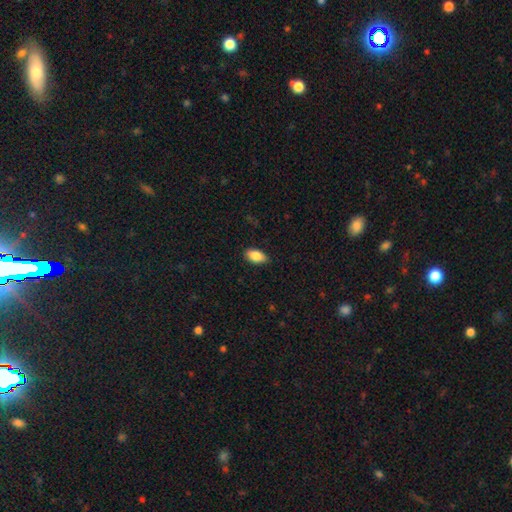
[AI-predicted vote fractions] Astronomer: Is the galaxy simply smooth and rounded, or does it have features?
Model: smooth — 86%.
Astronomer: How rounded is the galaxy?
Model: in between — 92%.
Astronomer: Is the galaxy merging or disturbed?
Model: none — 86%.